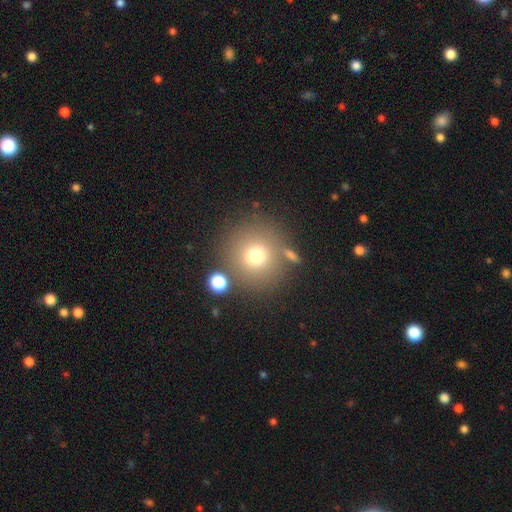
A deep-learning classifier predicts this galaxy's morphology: Q: Smooth or featured?
A: smooth (73%); runner-up: star or artifact (15%)
Q: How rounded?
A: round (93%); runner-up: in between (6%)
Q: Merging?
A: none (78%); runner-up: minor disturbance (9%)